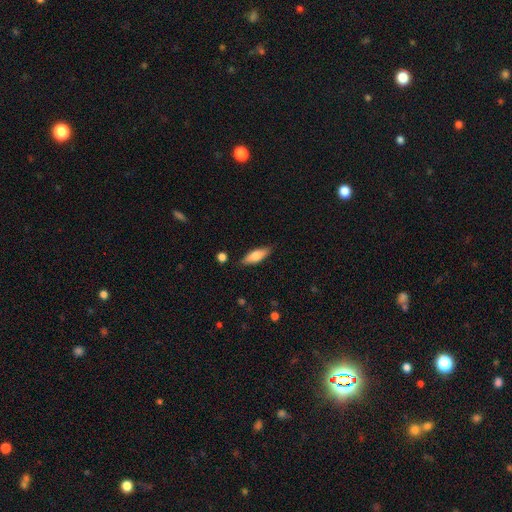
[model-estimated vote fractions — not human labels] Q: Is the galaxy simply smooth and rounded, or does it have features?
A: smooth — 68%.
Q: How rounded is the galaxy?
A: in between — 55%.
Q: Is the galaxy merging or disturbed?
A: none — 85%.